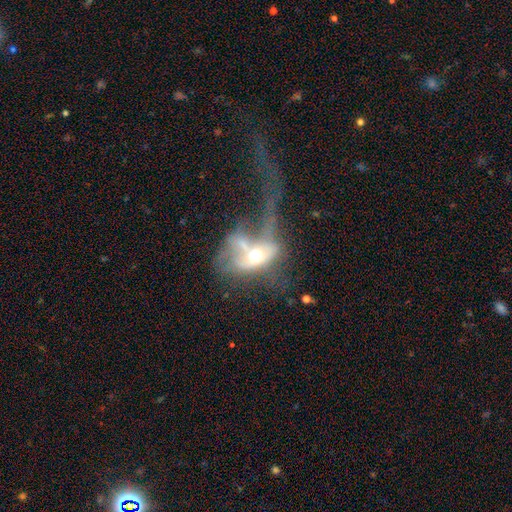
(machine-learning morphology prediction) This appears to be a featured or disk galaxy (52%). Merging: major disturbance (46%).